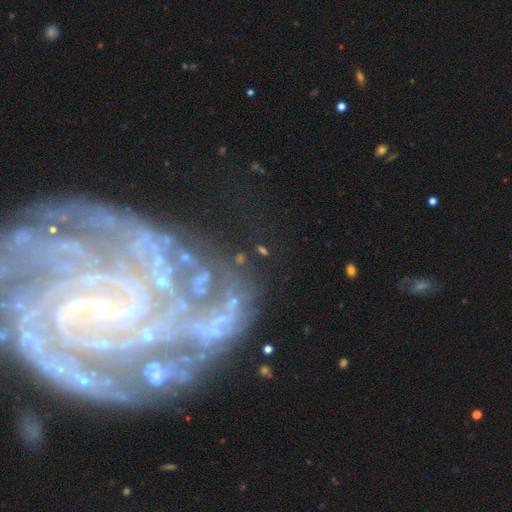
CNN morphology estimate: Smooth or featured?
  - featured or disk: 82% *
  - star or artifact: 11%
  - smooth: 7%
Edge-on disk?
  - no: 97% *
  - yes: 3%
Bar?
  - no: 38% *
  - weak: 33%
  - strong: 30%
Spiral arms?
  - yes: 82% *
  - no: 18%
Spiral winding?
  - tight: 53% *
  - medium: 32%
  - loose: 15%
Spiral arm count?
  - can't tell: 32% *
  - 2: 20%
  - 3: 15%
  - 4: 13%
  - more than 4: 11%
  - 1: 9%
Bulge size?
  - small: 70% *
  - none: 17%
  - moderate: 9%
  - large: 2%
  - dominant: 1%
Merging?
  - none: 50% *
  - major disturbance: 24%
  - minor disturbance: 18%
  - merger: 8%